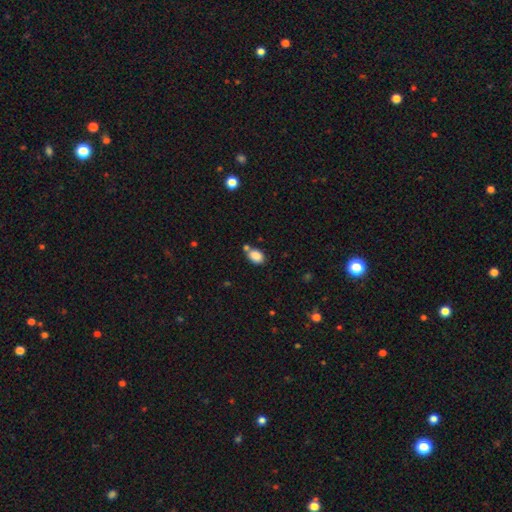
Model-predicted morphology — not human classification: This appears to be a smooth galaxy with no disk features (87%) that is in between round and cigar-shaped (73%). Merging: none (60%).